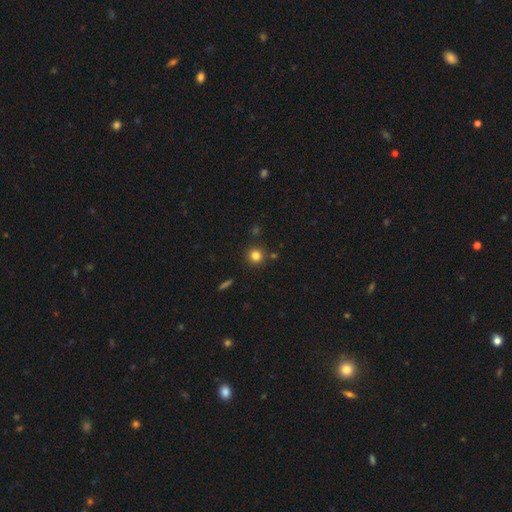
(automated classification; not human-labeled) smooth-or-featured: smooth: 80% | star or artifact: 13% | featured or disk: 6%
  how-rounded: round: 93% | in between: 6% | cigar-shaped: 1%
  merging: none: 87% | minor disturbance: 7% | merger: 4% | major disturbance: 2%